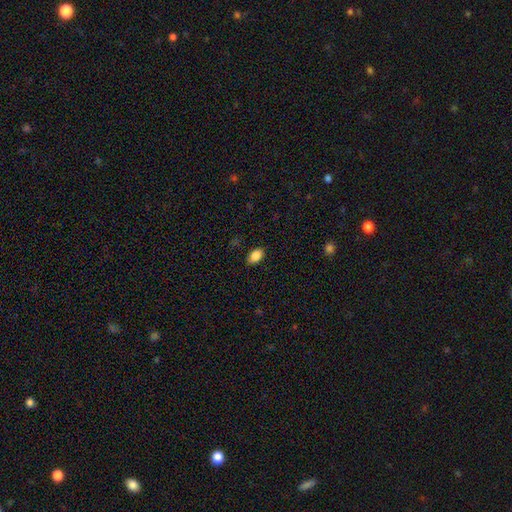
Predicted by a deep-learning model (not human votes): Morphology: type=smooth (86%); roundness=in between (89%); merging=none (83%).